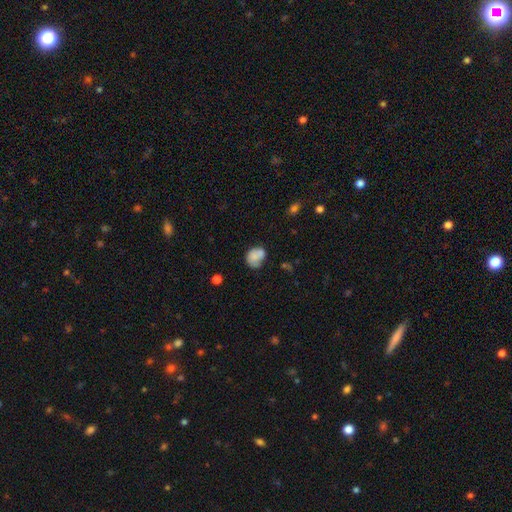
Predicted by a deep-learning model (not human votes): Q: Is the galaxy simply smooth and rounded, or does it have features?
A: smooth — 71%.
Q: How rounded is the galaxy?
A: round — 53%.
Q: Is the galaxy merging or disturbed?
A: none — 43%.